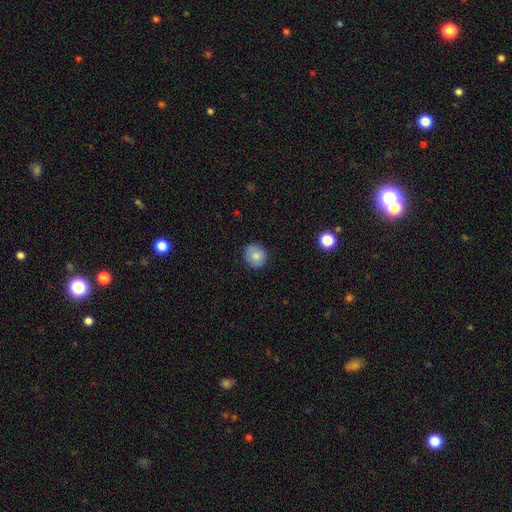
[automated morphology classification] Q: Smooth or featured?
A: smooth (81%); runner-up: featured or disk (10%)
Q: How rounded?
A: round (84%); runner-up: in between (15%)
Q: Merging?
A: none (87%); runner-up: minor disturbance (10%)